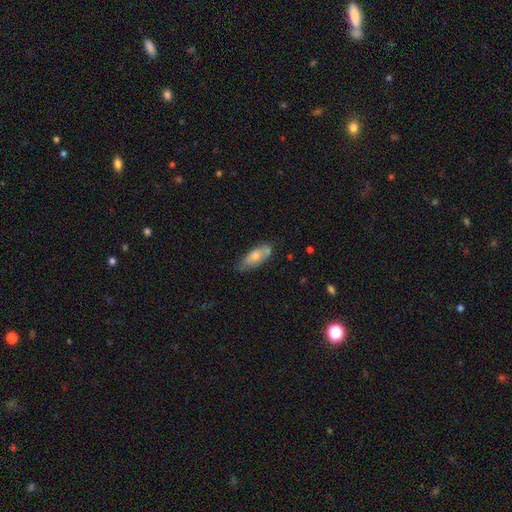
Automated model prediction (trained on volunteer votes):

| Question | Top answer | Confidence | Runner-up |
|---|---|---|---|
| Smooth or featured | smooth | 63% | featured or disk (31%) |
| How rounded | in between | 77% | cigar-shaped (21%) |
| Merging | none | 61% | minor disturbance (28%) |